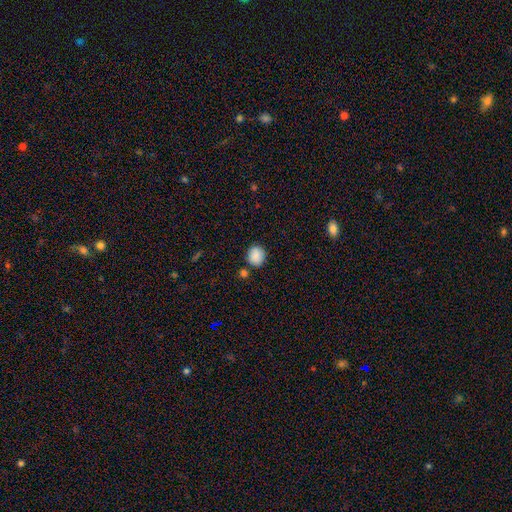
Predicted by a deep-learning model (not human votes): Q: Smooth or featured?
A: smooth (88%); runner-up: star or artifact (8%)
Q: How rounded?
A: round (71%); runner-up: in between (28%)
Q: Merging?
A: none (80%); runner-up: minor disturbance (12%)